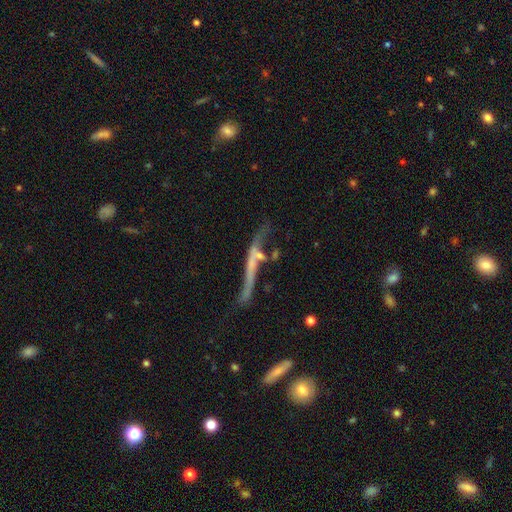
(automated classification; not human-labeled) Smooth or featured? featured or disk (65%)
Edge-on disk? yes (70%)
Merging? none (37%)